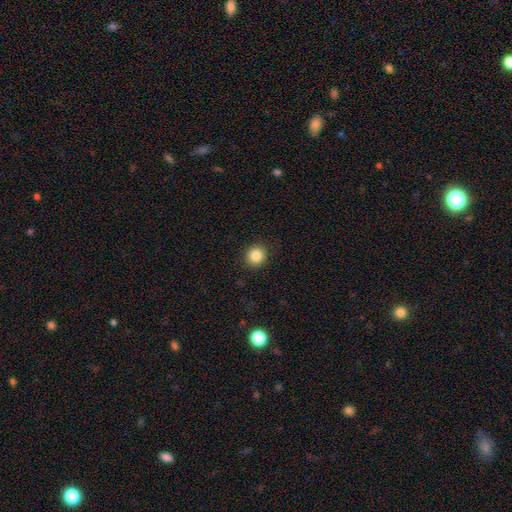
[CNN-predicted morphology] A smooth galaxy with no disk features (85%) that is round (90%).

Vote fractions:
- Smooth or featured? smooth: 85% / star or artifact: 10% / featured or disk: 5%
- How rounded? round: 90% / in between: 9% / cigar-shaped: 1%
- Merging? none: 92% / minor disturbance: 6% / major disturbance: 2% / merger: 1%